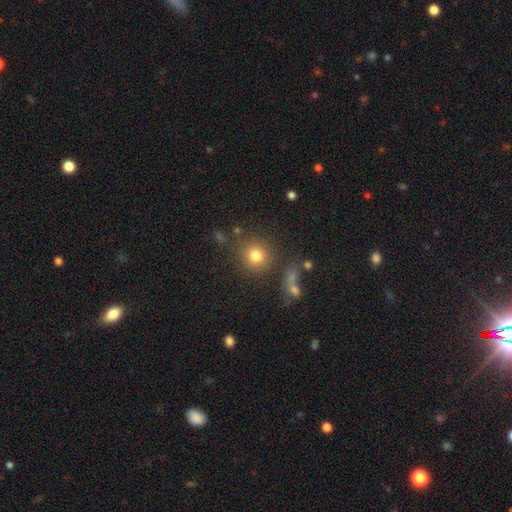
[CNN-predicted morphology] A smooth galaxy with no disk features (78%) that is round (90%). Merging: none (78%).